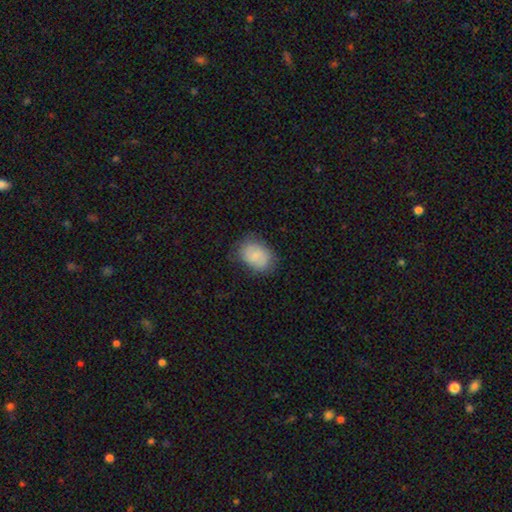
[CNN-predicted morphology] smooth 79%, featured or disk 13%, star or artifact 7%. Down the decision tree: how rounded — in between (70%); merging — none (73%).